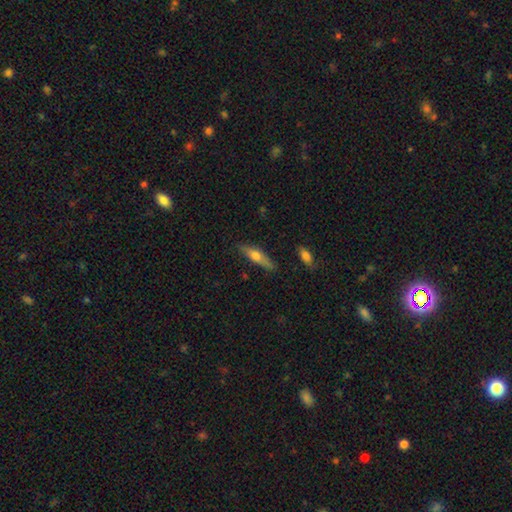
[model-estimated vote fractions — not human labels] The model was most divided on "smooth or featured": smooth: 53%, featured or disk: 41%, star or artifact: 6%. More confident: merging — none (83%); how rounded — cigar-shaped (69%).